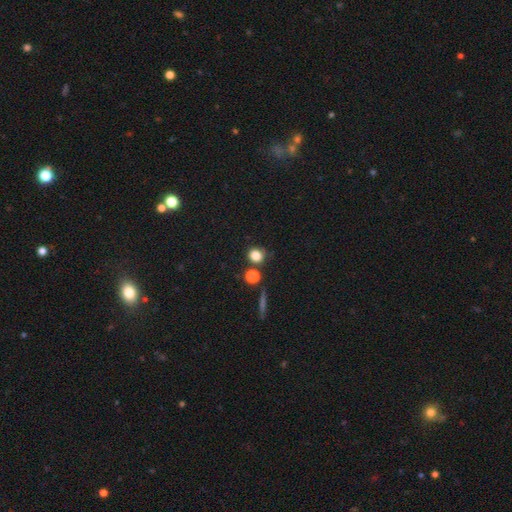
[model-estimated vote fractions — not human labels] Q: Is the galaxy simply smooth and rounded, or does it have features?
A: smooth — 82%.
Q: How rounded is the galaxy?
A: round — 80%.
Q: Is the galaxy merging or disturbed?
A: none — 73%.